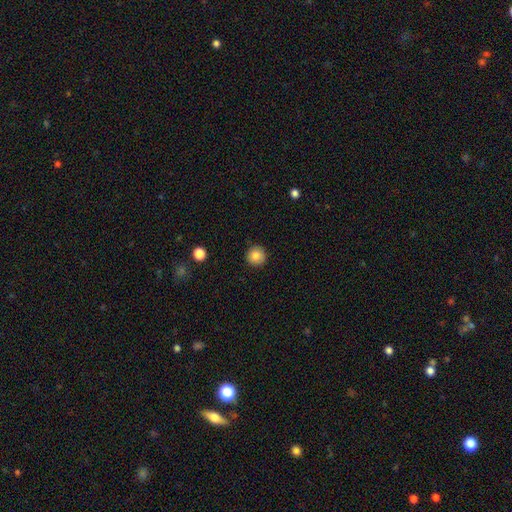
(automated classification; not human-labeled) This appears to be a smooth galaxy with no disk features (84%) that is round (95%). Merging: none (92%).